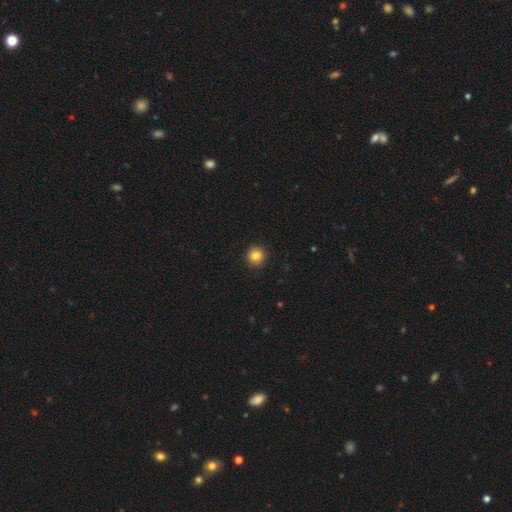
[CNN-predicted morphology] Overall: smooth (85%). How rounded: round (92%). Merging: none (92%).